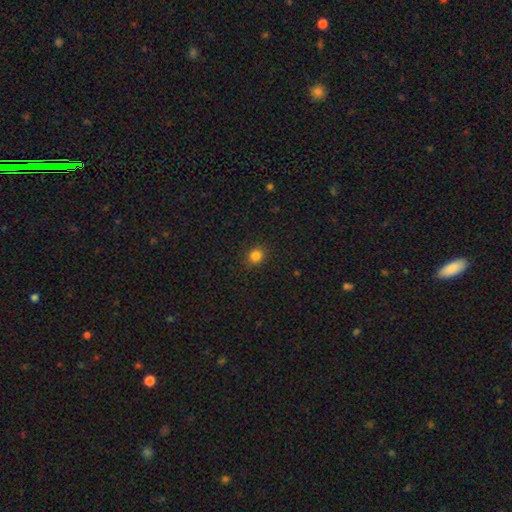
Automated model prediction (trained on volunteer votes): Morphology: type=smooth (84%); roundness=round (80%); merging=none (89%).